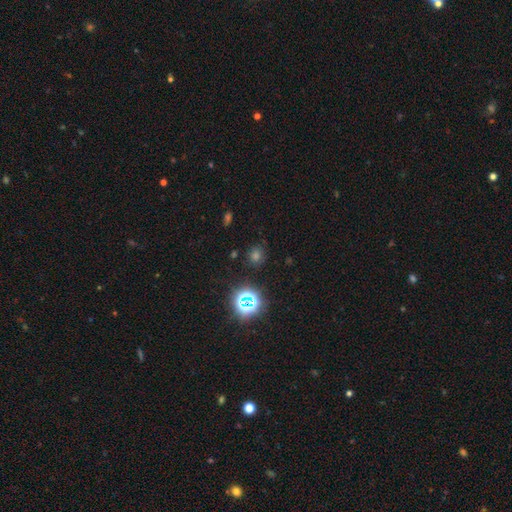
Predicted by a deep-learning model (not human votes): The model was most divided on "smooth or featured": smooth: 48%, star or artifact: 45%, featured or disk: 7%. More confident: merging — none (84%).